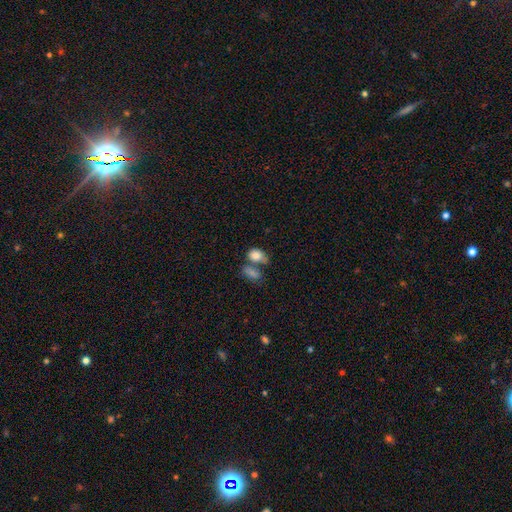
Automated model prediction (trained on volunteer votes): The model was most divided on "merging": merger: 49%, none: 30%, minor disturbance: 13%, major disturbance: 7%. More confident: smooth or featured — smooth (82%); how rounded — in between (76%).